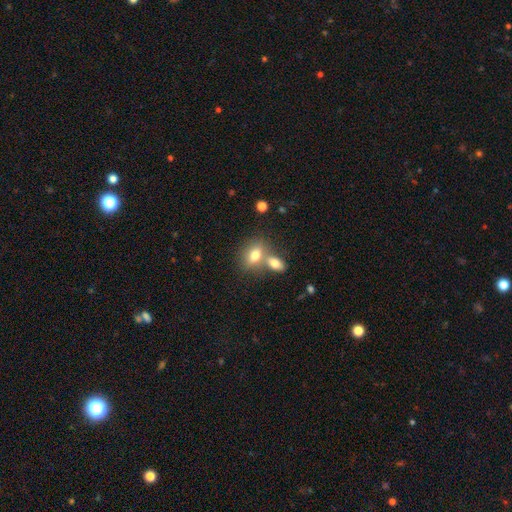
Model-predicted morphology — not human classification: Smooth or featured?
  - smooth: 74% *
  - featured or disk: 17%
  - star or artifact: 9%
How rounded?
  - in between: 79% *
  - round: 19%
  - cigar-shaped: 3%
Merging?
  - merger: 49% *
  - none: 38%
  - minor disturbance: 9%
  - major disturbance: 3%